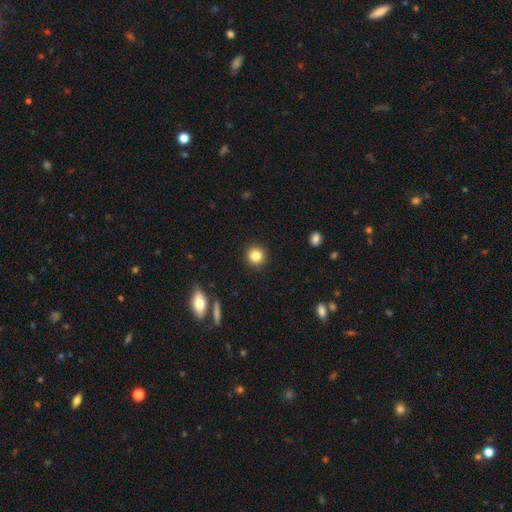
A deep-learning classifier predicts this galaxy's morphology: smooth 85%, star or artifact 10%, featured or disk 5%. Down the decision tree: how rounded — round (93%); merging — none (92%).